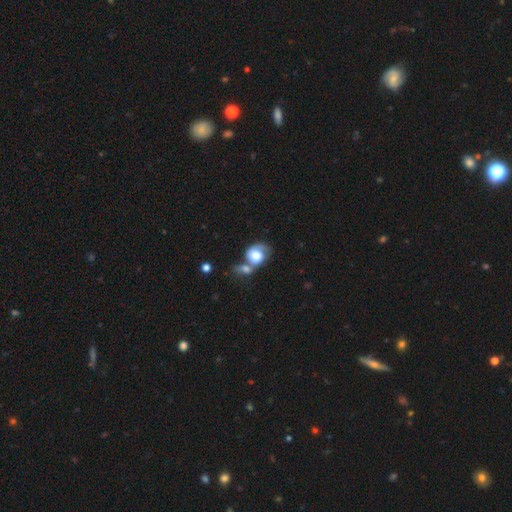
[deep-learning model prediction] Overall: smooth (60%; featured or disk 32%). How rounded: in between (50%; round 49%). Merging: merger (55%; none 19%).